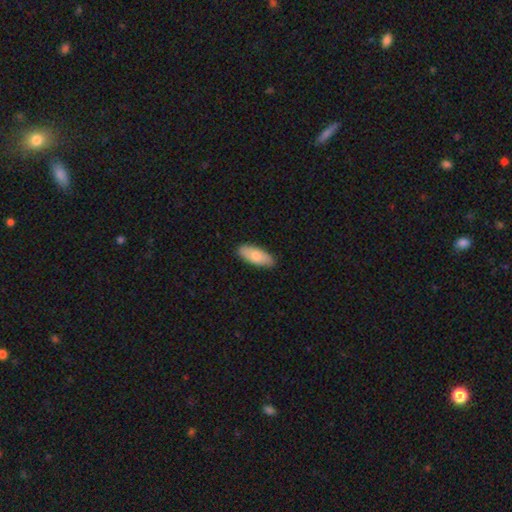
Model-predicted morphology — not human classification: type=smooth (80%); roundness=in between (81%); merging=none (86%).